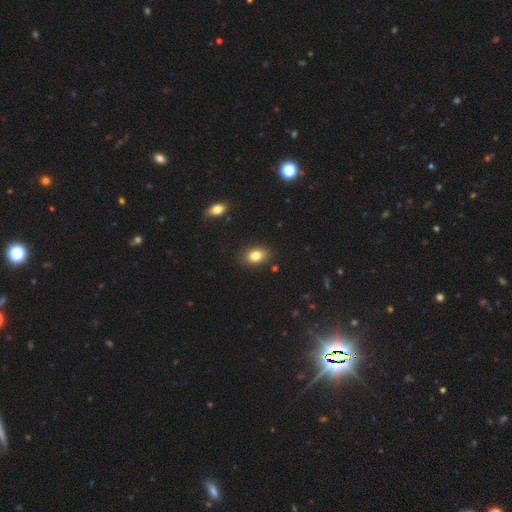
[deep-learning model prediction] Overall: smooth (83%). How rounded: in between (77%). Merging: none (86%).